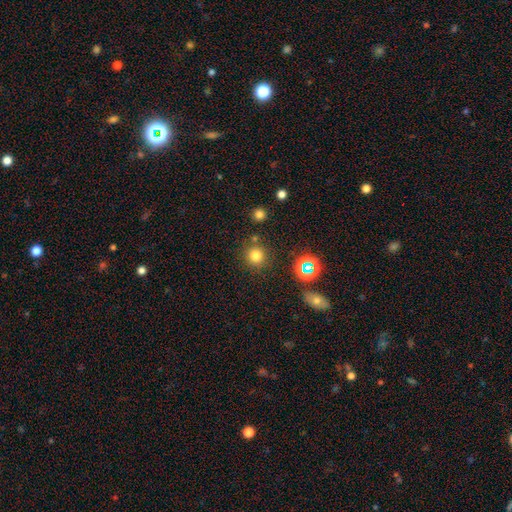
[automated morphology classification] smooth-or-featured: smooth: 76% | star or artifact: 18% | featured or disk: 6%
  how-rounded: round: 93% | in between: 6% | cigar-shaped: 1%
  merging: none: 83% | minor disturbance: 8% | merger: 7% | major disturbance: 3%